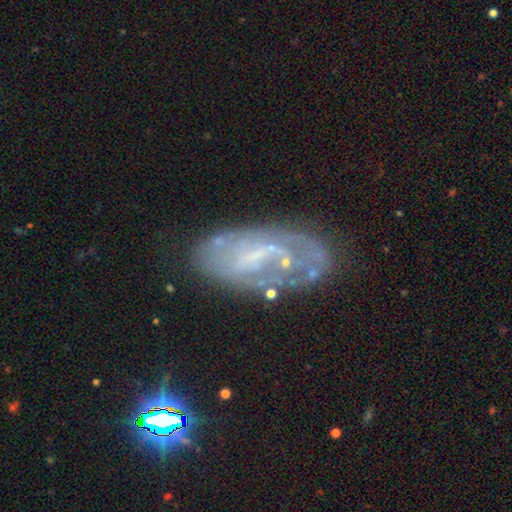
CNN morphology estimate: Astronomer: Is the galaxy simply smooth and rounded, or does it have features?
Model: featured or disk — 70%.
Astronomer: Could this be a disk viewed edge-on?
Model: no — 94%.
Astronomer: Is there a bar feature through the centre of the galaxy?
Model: weak — 44% (runner-up: no, 35%).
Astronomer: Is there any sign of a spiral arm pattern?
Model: yes — 62% (runner-up: no, 38%).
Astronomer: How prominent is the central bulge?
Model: small — 42% (runner-up: none, 40%).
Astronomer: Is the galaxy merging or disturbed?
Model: none — 61%.